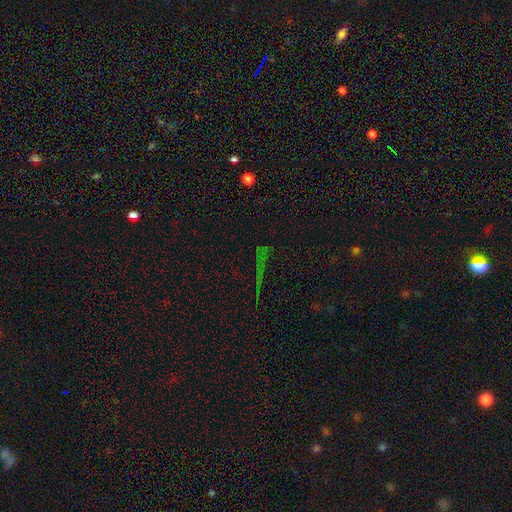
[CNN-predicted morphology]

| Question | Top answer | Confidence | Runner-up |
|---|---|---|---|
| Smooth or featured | star or artifact | 70% | smooth (17%) |